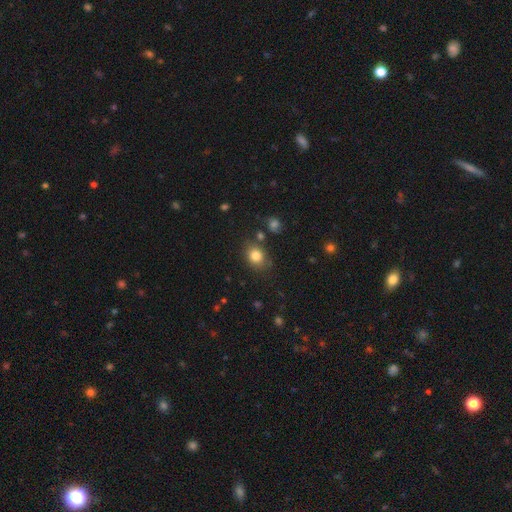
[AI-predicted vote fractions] This is clearly a smooth galaxy (82%). How rounded: possibly round (57%). Merging: likely none (77%).